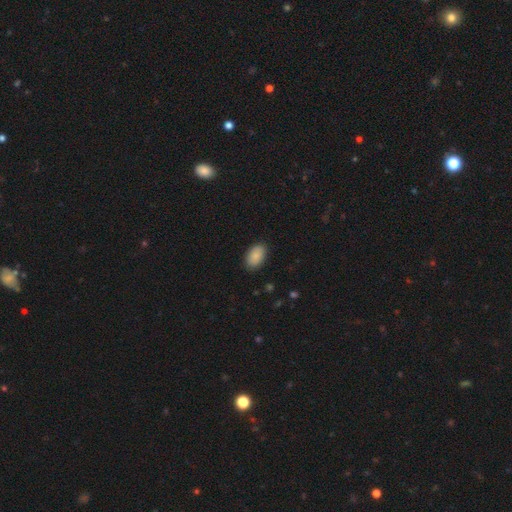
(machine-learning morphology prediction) A smooth galaxy with no disk features (89%) that is in between round and cigar-shaped (92%).

Vote fractions:
- Smooth or featured? smooth: 89% / star or artifact: 7% / featured or disk: 5%
- How rounded? in between: 92% / round: 6% / cigar-shaped: 1%
- Merging? none: 88% / minor disturbance: 9% / major disturbance: 2% / merger: 1%